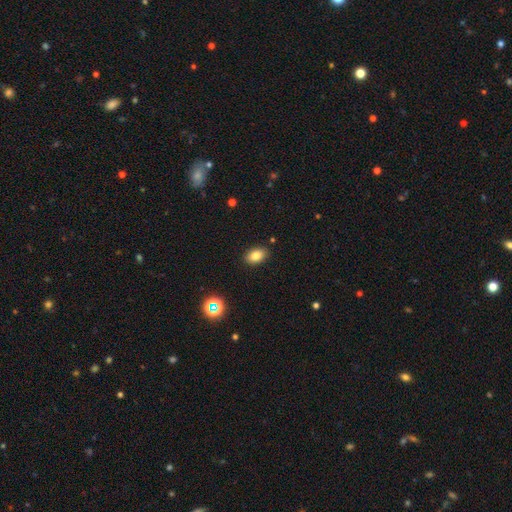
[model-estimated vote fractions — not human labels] Q: Smooth or featured?
A: smooth (81%); runner-up: star or artifact (11%)
Q: How rounded?
A: in between (86%); runner-up: round (12%)
Q: Merging?
A: none (88%); runner-up: minor disturbance (9%)